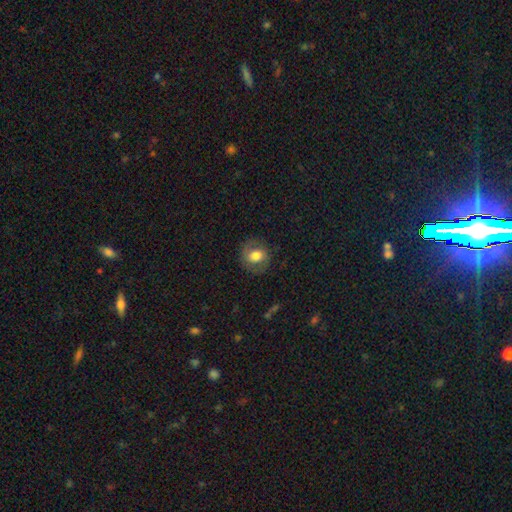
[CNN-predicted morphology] Smooth or featured?
  - smooth: 60% *
  - featured or disk: 32%
  - star or artifact: 9%
How rounded?
  - round: 72% *
  - in between: 27%
  - cigar-shaped: 1%
Merging?
  - none: 77% *
  - minor disturbance: 15%
  - major disturbance: 7%
  - merger: 1%